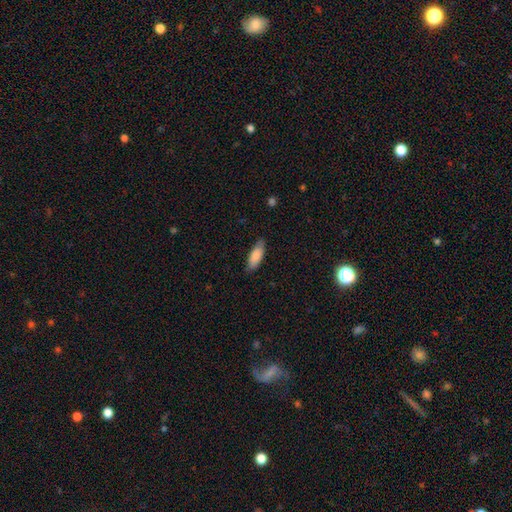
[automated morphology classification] Smooth or featured? Predicted: smooth (p=0.83). How rounded? Predicted: in between (p=0.68). Merging? Predicted: none (p=0.83).